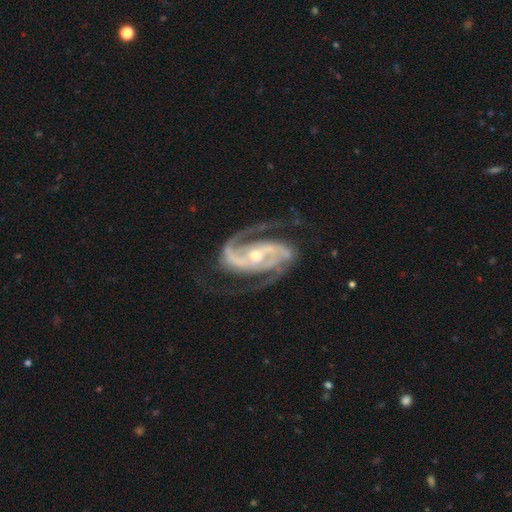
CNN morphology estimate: Q: Smooth or featured?
A: featured or disk (94%); runner-up: star or artifact (4%)
Q: Edge-on disk?
A: no (97%); runner-up: yes (3%)
Q: Bar?
A: strong (38%); runner-up: weak (32%)
Q: Spiral arms?
A: yes (99%); runner-up: no (1%)
Q: Spiral winding?
A: medium (56%); runner-up: tight (29%)
Q: Spiral arm count?
A: 2 (79%); runner-up: 3 (11%)
Q: Bulge size?
A: moderate (49%); runner-up: small (47%)
Q: Merging?
A: none (71%); runner-up: minor disturbance (17%)